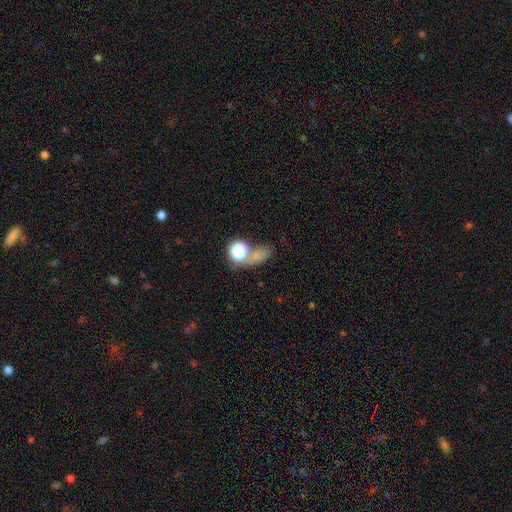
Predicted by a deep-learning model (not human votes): This appears to be a smooth galaxy with no disk features (55%) that is in between round and cigar-shaped (51%). Merging: none (51%).